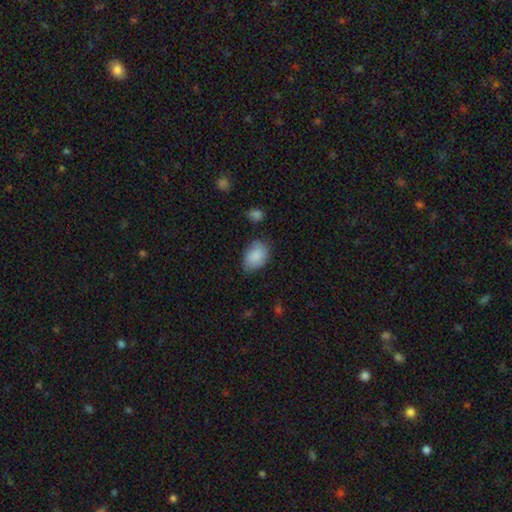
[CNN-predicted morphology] smooth_or_featured: smooth (p=0.86) [alt: featured or disk p=0.07]
how_rounded: in between (p=0.82) [alt: round p=0.17]
merging: none (p=0.65) [alt: minor disturbance p=0.27]